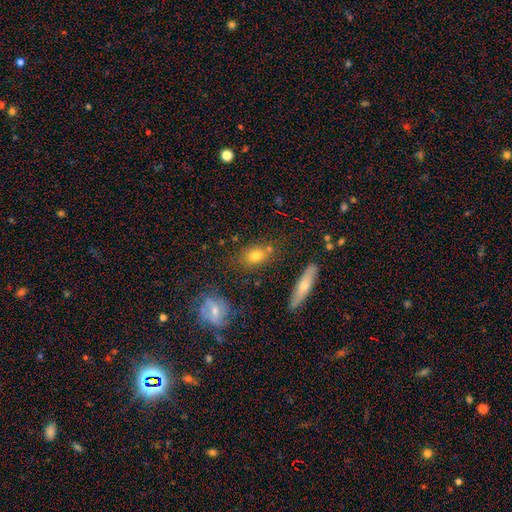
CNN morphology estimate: The model was most divided on "how rounded": in between: 61%, round: 31%, cigar-shaped: 8%. More confident: merging — none (74%); smooth or featured — smooth (72%).